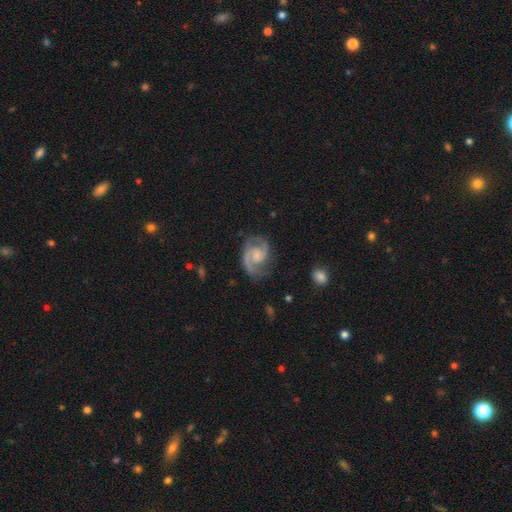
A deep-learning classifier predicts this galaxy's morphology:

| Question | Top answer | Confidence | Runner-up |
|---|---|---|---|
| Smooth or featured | featured or disk | 89% | smooth (6%) |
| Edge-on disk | no | 98% | yes (2%) |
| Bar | no | 55% | weak (39%) |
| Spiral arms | yes | 98% | no (2%) |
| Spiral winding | medium | 57% | tight (29%) |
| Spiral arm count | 2 | 91% | can't tell (3%) |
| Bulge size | small | 35% | moderate (33%) |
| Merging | none | 74% | minor disturbance (17%) |